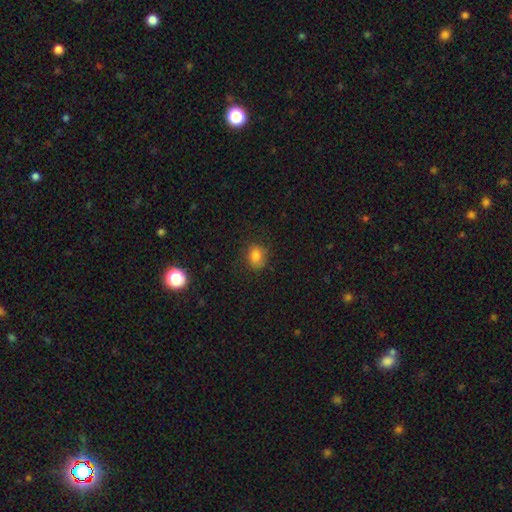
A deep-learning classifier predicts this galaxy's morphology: Overall: smooth (80%). How rounded: round (57%; in between 42%). Merging: none (75%).